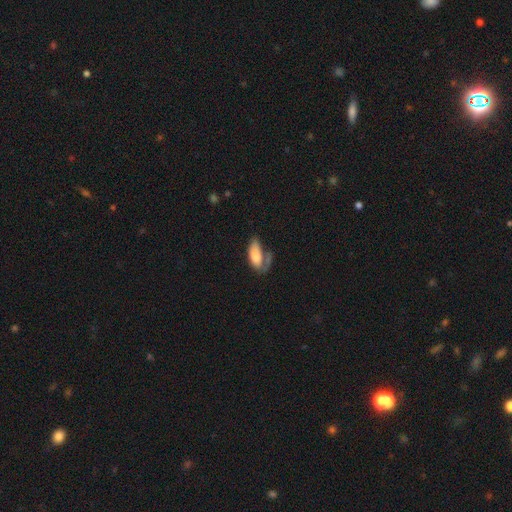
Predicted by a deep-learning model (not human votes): smooth_or_featured: smooth (p=0.77) [alt: featured or disk p=0.16]
how_rounded: in between (p=0.87) [alt: cigar-shaped p=0.10]
merging: none (p=0.33) [alt: major disturbance p=0.25]